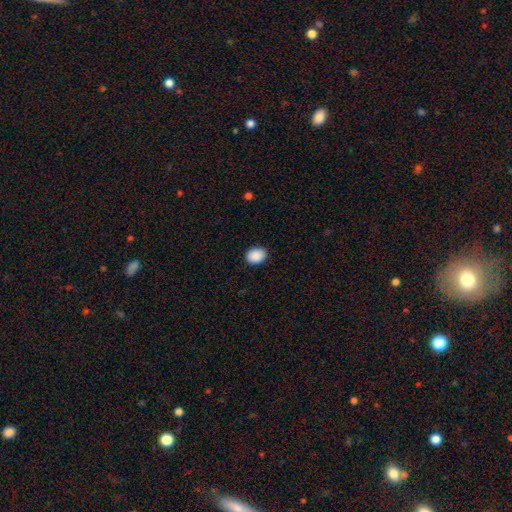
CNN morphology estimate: type=smooth (90%); roundness=in between (62%); merging=none (90%).